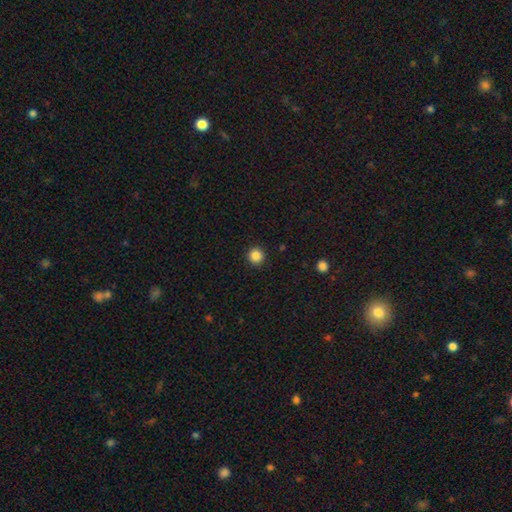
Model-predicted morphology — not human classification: smooth-or-featured: smooth: 86% | star or artifact: 11% | featured or disk: 3%
  how-rounded: round: 95% | in between: 4% | cigar-shaped: 1%
  merging: none: 93% | minor disturbance: 5% | major disturbance: 2% | merger: 1%